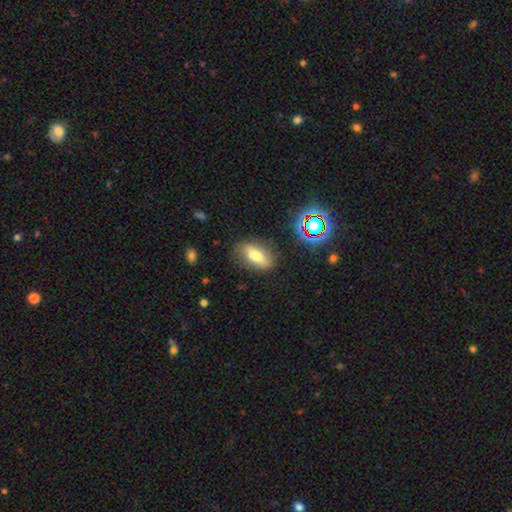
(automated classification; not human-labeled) The model was most divided on "smooth or featured": smooth: 68%, featured or disk: 21%, star or artifact: 12%. More confident: how rounded — in between (84%); merging — none (79%).